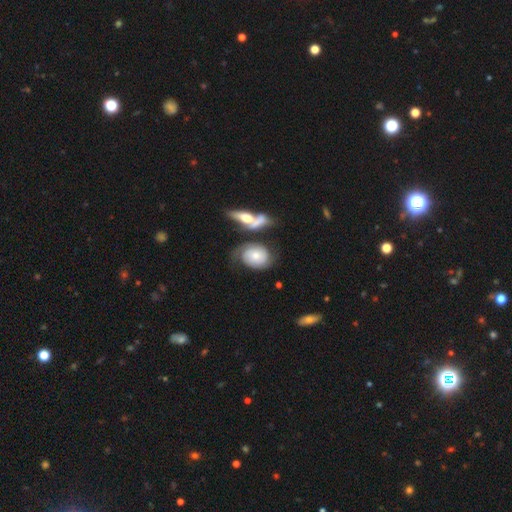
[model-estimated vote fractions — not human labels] A featured or disk galaxy (58%) with no bar (76%), spiral arms (86%) and a moderate central bulge (49%).

Vote fractions:
- Smooth or featured? featured or disk: 58% / smooth: 35% / star or artifact: 6%
- Edge-on disk? no: 93% / yes: 7%
- Bar? no: 76% / weak: 20% / strong: 4%
- Spiral arms? yes: 86% / no: 14%
- Bulge size? moderate: 49% / small: 42% / large: 5% / none: 3% / dominant: 2%
- Merging? none: 42% / merger: 26% / minor disturbance: 19% / major disturbance: 13%